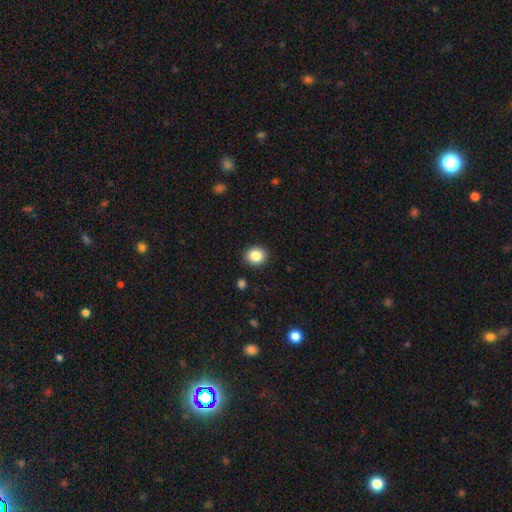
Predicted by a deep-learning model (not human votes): Smooth or featured? Predicted: smooth (p=0.86). How rounded? Predicted: round (p=0.77). Merging? Predicted: none (p=0.91).